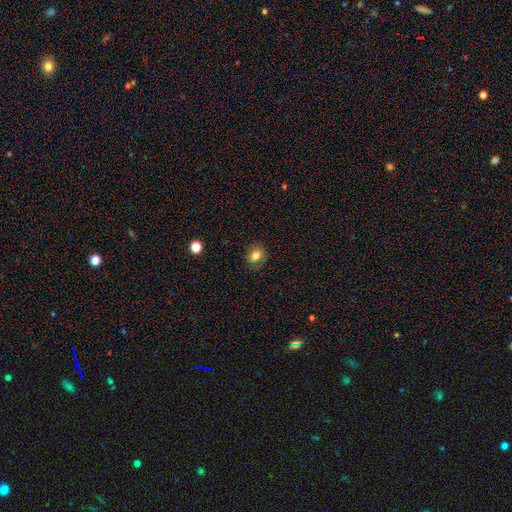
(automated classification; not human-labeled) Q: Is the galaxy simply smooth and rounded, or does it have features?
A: smooth — 80%.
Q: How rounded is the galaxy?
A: round — 63%.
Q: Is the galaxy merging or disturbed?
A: none — 82%.